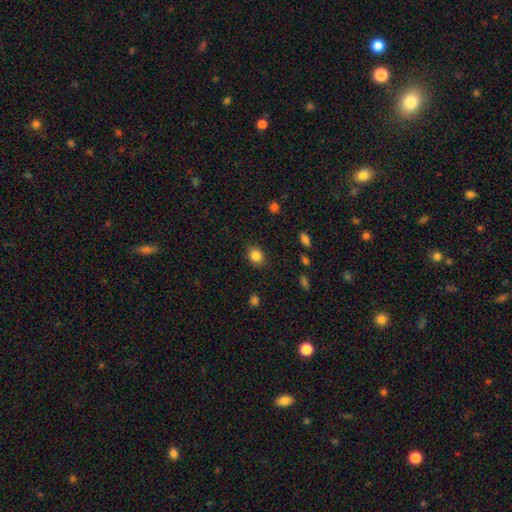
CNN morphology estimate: The model was most divided on "how rounded": round: 63%, in between: 36%, cigar-shaped: 1%. More confident: merging — none (87%); smooth or featured — smooth (84%).